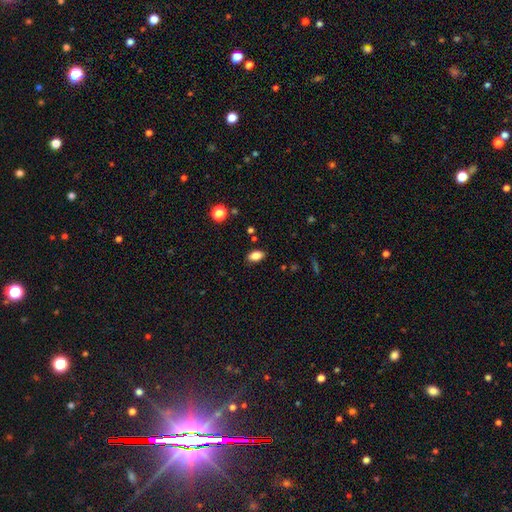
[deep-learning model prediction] Smooth or featured?
  - smooth: 84% *
  - star or artifact: 10%
  - featured or disk: 6%
How rounded?
  - in between: 89% *
  - round: 8%
  - cigar-shaped: 3%
Merging?
  - none: 86% *
  - minor disturbance: 10%
  - major disturbance: 2%
  - merger: 2%